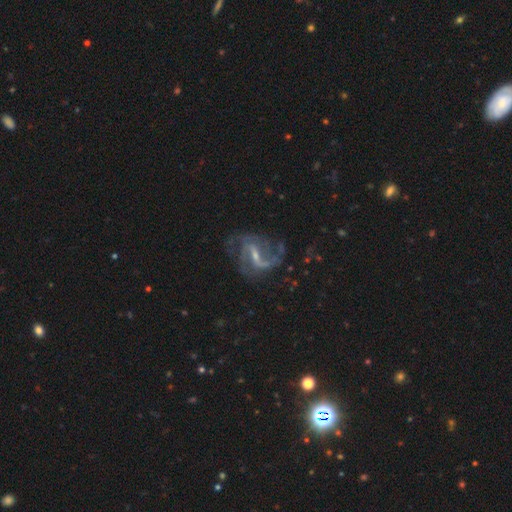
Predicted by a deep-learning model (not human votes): Q: Smooth or featured?
A: featured or disk (87%); runner-up: star or artifact (8%)
Q: Edge-on disk?
A: no (97%); runner-up: yes (3%)
Q: Bar?
A: weak (52%); runner-up: strong (33%)
Q: Spiral arms?
A: yes (95%); runner-up: no (5%)
Q: Spiral winding?
A: loose (45%); runner-up: medium (43%)
Q: Spiral arm count?
A: 2 (58%); runner-up: 3 (14%)
Q: Bulge size?
A: small (60%); runner-up: moderate (29%)
Q: Merging?
A: none (61%); runner-up: minor disturbance (18%)